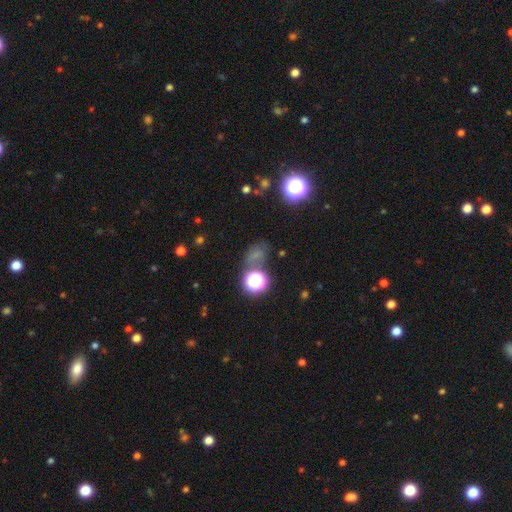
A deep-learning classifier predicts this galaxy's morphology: smooth 44%, star or artifact 43%, featured or disk 13%. Down the decision tree: merging — none (56%).